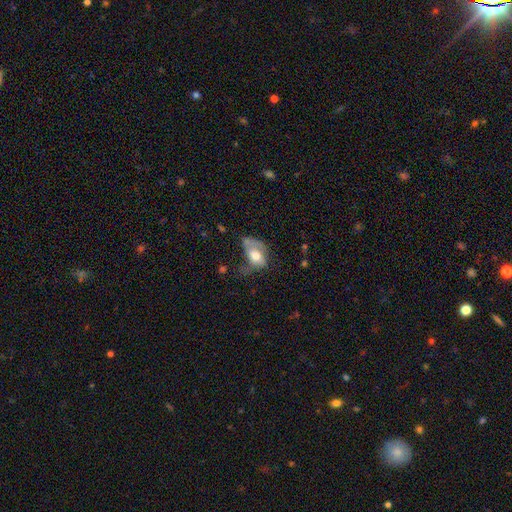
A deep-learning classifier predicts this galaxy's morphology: A smooth galaxy with no disk features (54%) that is in between round and cigar-shaped (83%).

Vote fractions:
- Smooth or featured? smooth: 54% / featured or disk: 38% / star or artifact: 8%
- How rounded? in between: 83% / round: 14% / cigar-shaped: 2%
- Merging? major disturbance: 44% / minor disturbance: 27% / none: 21% / merger: 7%